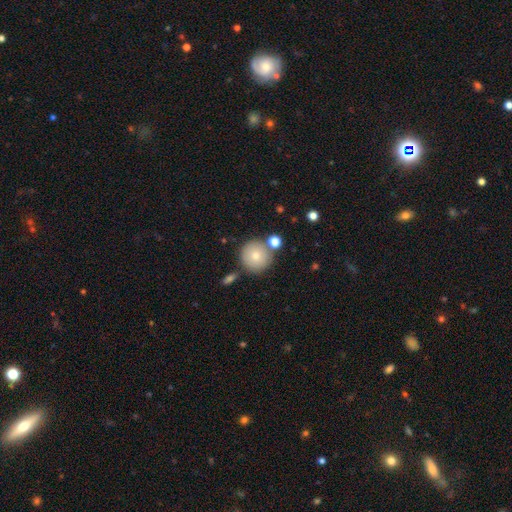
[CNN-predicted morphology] This is likely a smooth galaxy (78%). How rounded: clearly round (94%). Merging: likely none (76%).